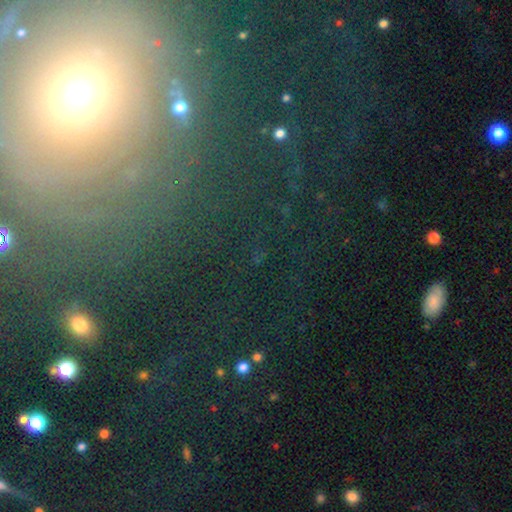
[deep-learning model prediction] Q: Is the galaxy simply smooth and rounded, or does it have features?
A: star or artifact — 42%.